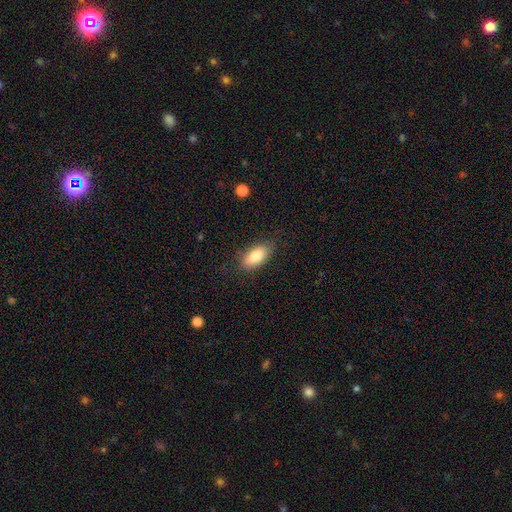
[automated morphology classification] Q: Smooth or featured?
A: smooth (79%); runner-up: featured or disk (13%)
Q: How rounded?
A: in between (89%); runner-up: cigar-shaped (7%)
Q: Merging?
A: none (81%); runner-up: minor disturbance (14%)